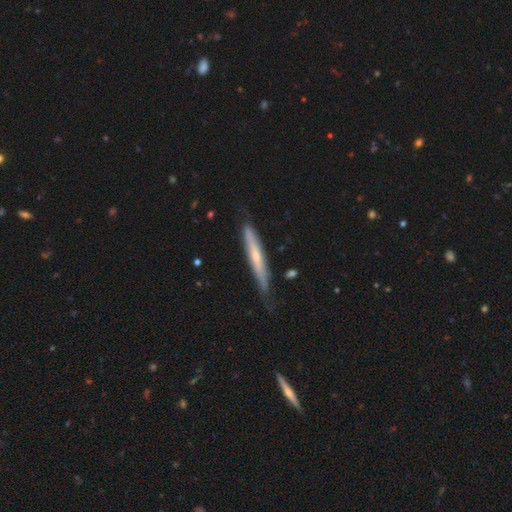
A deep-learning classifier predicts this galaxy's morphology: The model was most divided on "smooth or featured": featured or disk: 54%, smooth: 40%, star or artifact: 6%. More confident: edge-on disk — yes (89%); merging — none (73%).